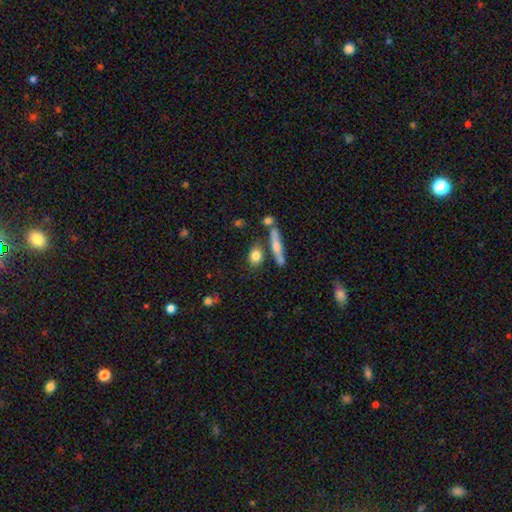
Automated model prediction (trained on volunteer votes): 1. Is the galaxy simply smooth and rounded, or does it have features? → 78% smooth, 14% featured or disk, 8% star or artifact.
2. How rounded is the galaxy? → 44% in between, 41% round, 16% cigar-shaped.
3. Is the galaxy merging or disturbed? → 69% none, 14% merger, 13% minor disturbance, 4% major disturbance.